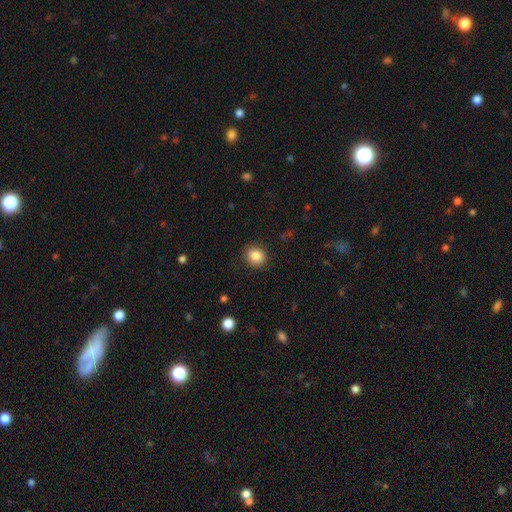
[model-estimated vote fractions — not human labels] This appears to be a smooth galaxy with no disk features (86%) that is round (79%). Merging: none (89%).